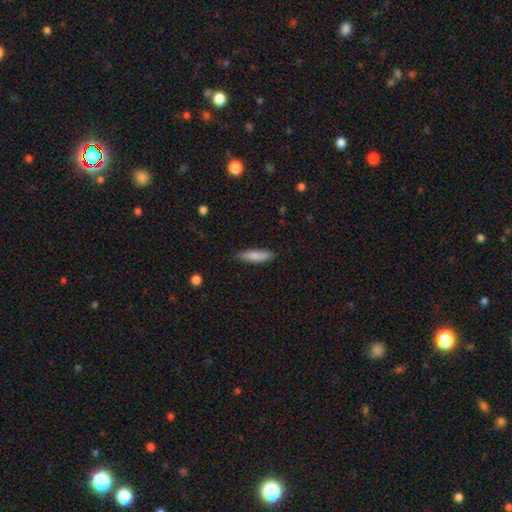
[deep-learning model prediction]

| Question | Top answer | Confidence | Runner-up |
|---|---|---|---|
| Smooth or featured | smooth | 83% | featured or disk (11%) |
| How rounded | cigar-shaped | 70% | in between (28%) |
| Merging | none | 84% | minor disturbance (12%) |